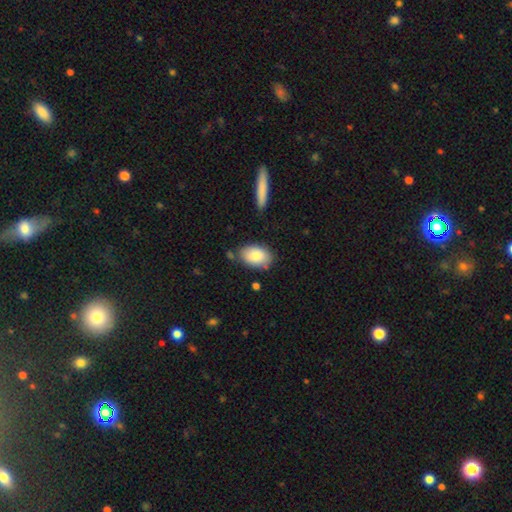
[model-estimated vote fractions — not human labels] A smooth galaxy with no disk features (85%) that is in between round and cigar-shaped (91%). Merging: none (77%).